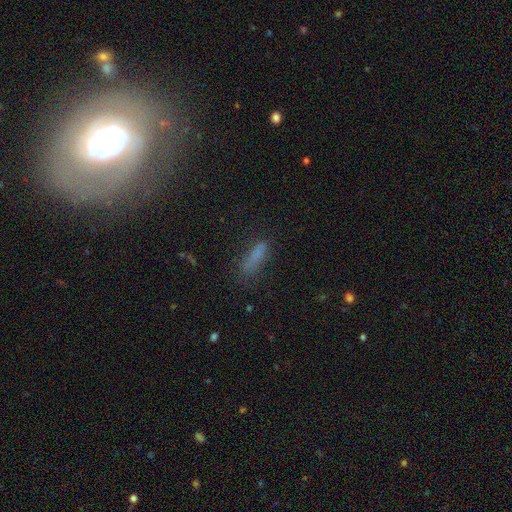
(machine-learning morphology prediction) Overall: smooth (74%). How rounded: cigar-shaped (67%; in between 30%). Merging: none (67%).